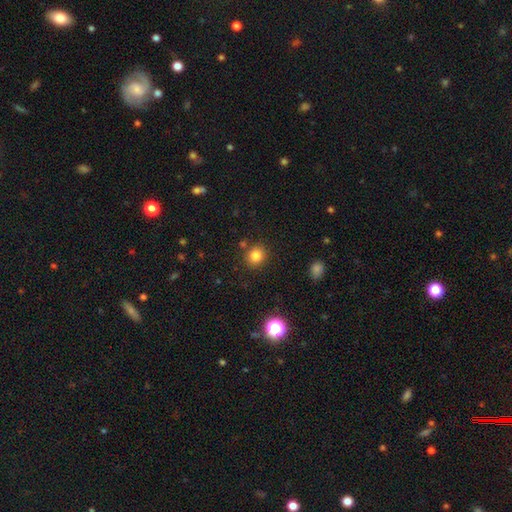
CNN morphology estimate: This appears to be a smooth galaxy with no disk features (82%) that is round (85%). Merging: none (85%).